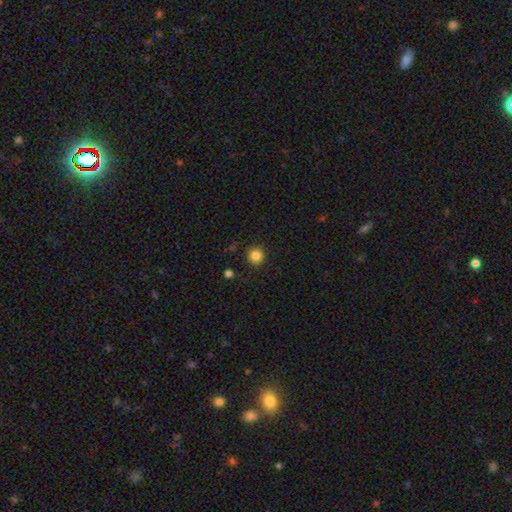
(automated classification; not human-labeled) smooth-or-featured: smooth: 85% | star or artifact: 12% | featured or disk: 4%
  how-rounded: round: 94% | in between: 5% | cigar-shaped: 1%
  merging: none: 91% | minor disturbance: 6% | major disturbance: 2% | merger: 1%